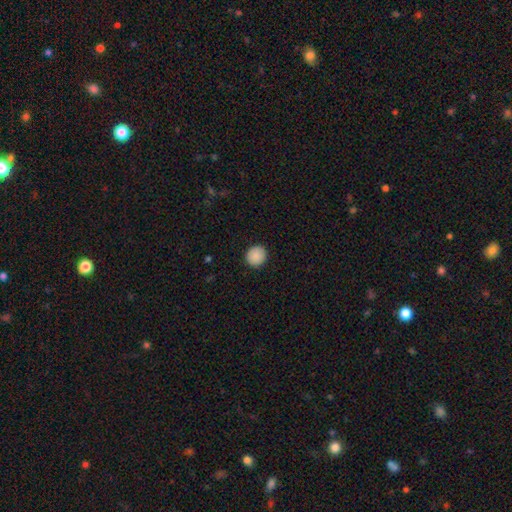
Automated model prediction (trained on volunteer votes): A smooth galaxy with no disk features (89%) that is round (91%). Merging: none (92%).